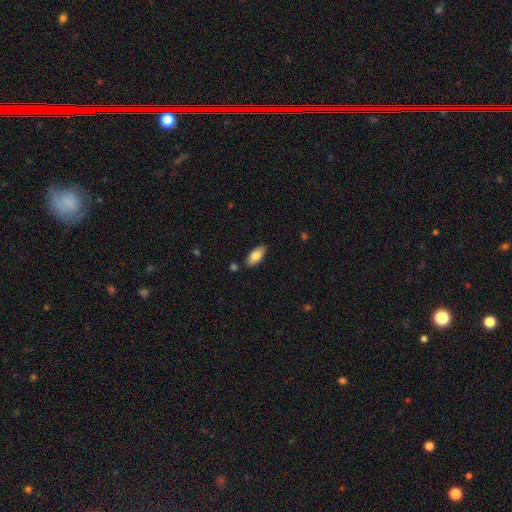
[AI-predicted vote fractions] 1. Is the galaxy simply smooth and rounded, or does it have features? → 80% smooth, 14% featured or disk, 6% star or artifact.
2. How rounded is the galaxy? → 89% in between, 9% cigar-shaped, 2% round.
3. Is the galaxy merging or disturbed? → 84% none, 11% minor disturbance, 3% merger, 2% major disturbance.